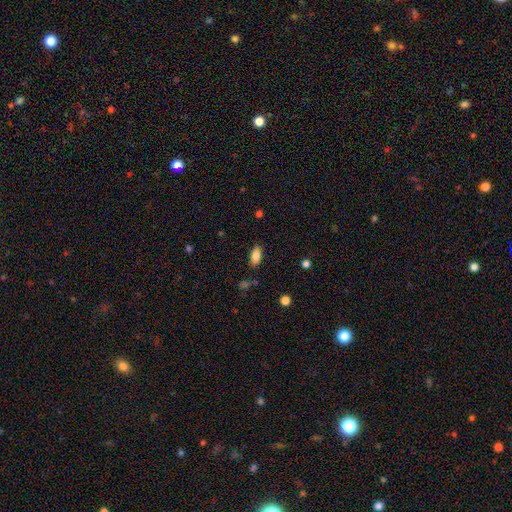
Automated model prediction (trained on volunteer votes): smooth 84%, star or artifact 8%, featured or disk 8%. Down the decision tree: how rounded — in between (90%); merging — none (84%).